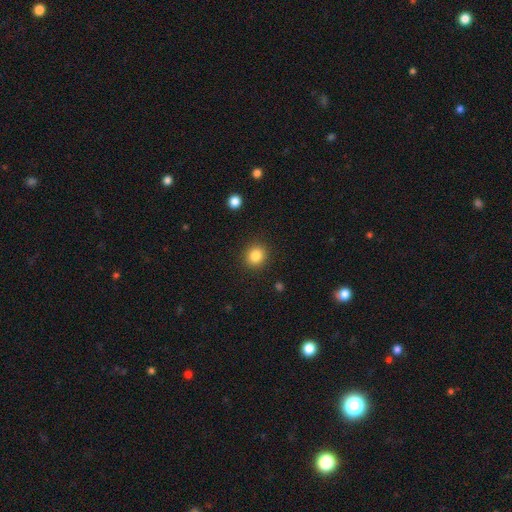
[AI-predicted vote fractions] Overall: smooth (84%). How rounded: round (81%). Merging: none (90%).